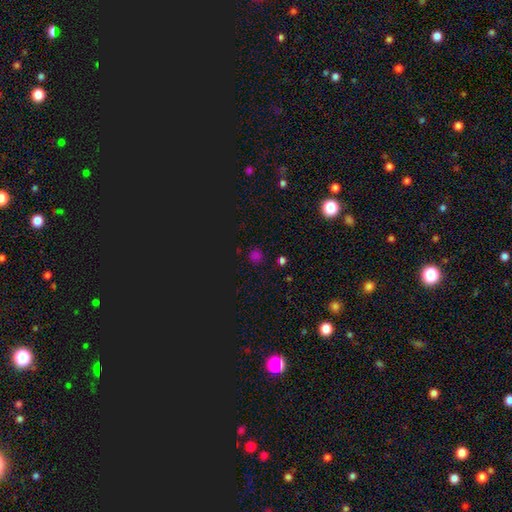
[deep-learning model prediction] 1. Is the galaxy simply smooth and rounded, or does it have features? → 61% smooth, 35% star or artifact, 4% featured or disk.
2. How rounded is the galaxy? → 92% round, 7% in between, 1% cigar-shaped.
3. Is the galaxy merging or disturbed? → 86% none, 9% minor disturbance, 3% major disturbance, 2% merger.